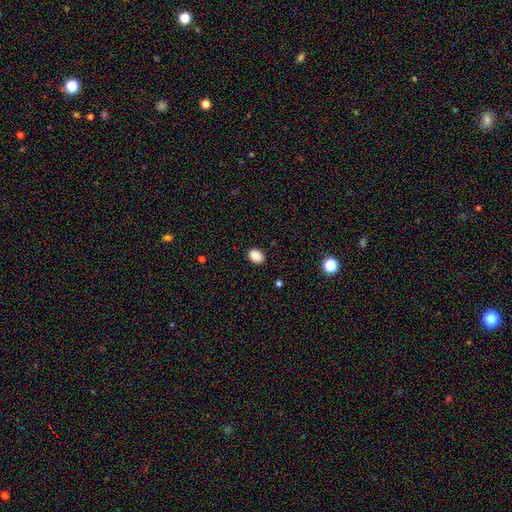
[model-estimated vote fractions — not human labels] Q: Smooth or featured?
A: smooth (89%); runner-up: star or artifact (9%)
Q: How rounded?
A: in between (75%); runner-up: round (24%)
Q: Merging?
A: none (89%); runner-up: minor disturbance (8%)